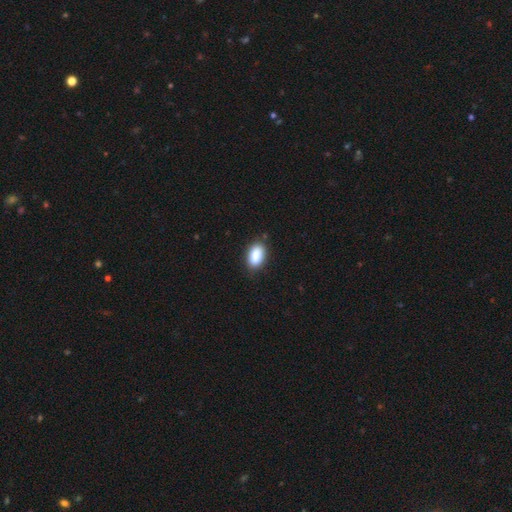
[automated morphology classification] Smooth or featured? smooth (86%)
How rounded? in between (90%)
Merging? none (77%)